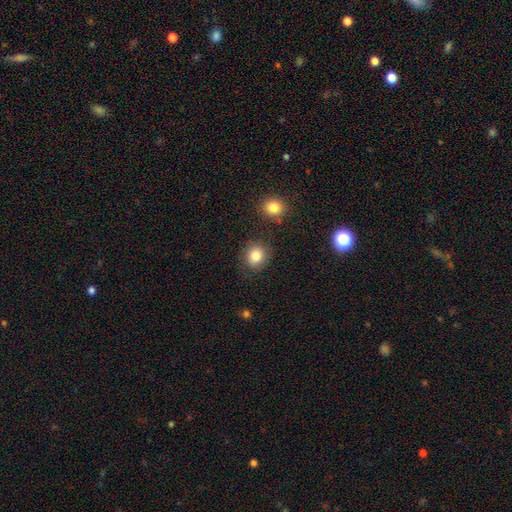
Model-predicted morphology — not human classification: Smooth or featured?
  - smooth: 84% *
  - star or artifact: 10%
  - featured or disk: 6%
How rounded?
  - round: 78% *
  - in between: 22%
  - cigar-shaped: 1%
Merging?
  - none: 81% *
  - minor disturbance: 11%
  - merger: 4%
  - major disturbance: 4%